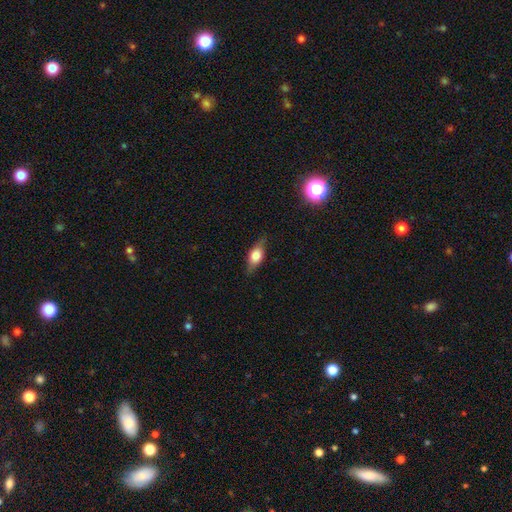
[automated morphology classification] smooth-or-featured: smooth: 56% | featured or disk: 36% | star or artifact: 8%
  how-rounded: in between: 73% | cigar-shaped: 17% | round: 10%
  merging: none: 79% | minor disturbance: 16% | major disturbance: 4% | merger: 1%